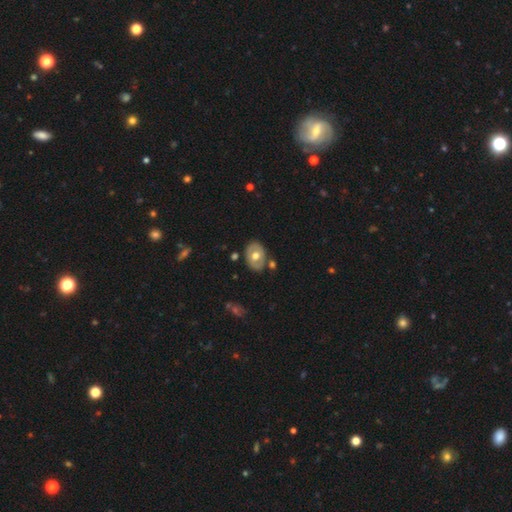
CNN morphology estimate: Smooth or featured? Predicted: smooth (p=0.50). How rounded? Predicted: in between (p=0.76). Merging? Predicted: none (p=0.78).